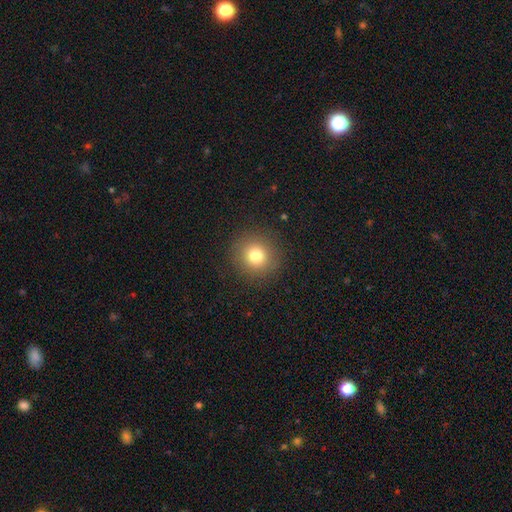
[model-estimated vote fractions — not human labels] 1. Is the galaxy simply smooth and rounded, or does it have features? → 78% smooth, 13% star or artifact, 9% featured or disk.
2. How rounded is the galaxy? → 93% round, 6% in between, 1% cigar-shaped.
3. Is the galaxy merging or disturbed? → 90% none, 6% minor disturbance, 3% major disturbance, 1% merger.